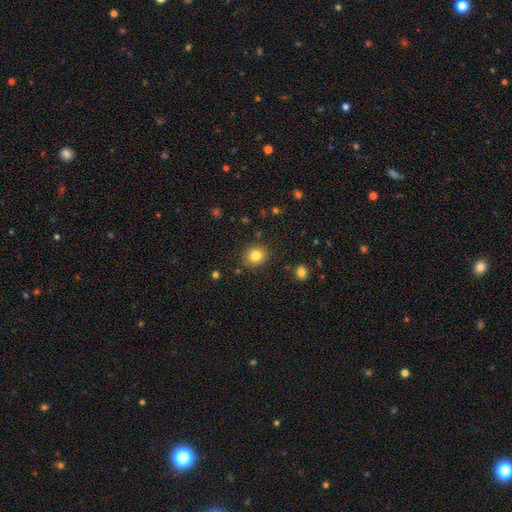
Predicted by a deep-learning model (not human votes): Q: Smooth or featured?
A: smooth (81%); runner-up: star or artifact (11%)
Q: How rounded?
A: round (75%); runner-up: in between (24%)
Q: Merging?
A: none (85%); runner-up: minor disturbance (10%)